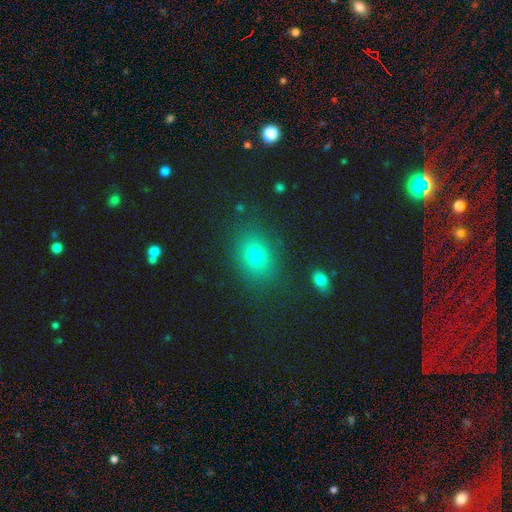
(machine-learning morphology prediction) A smooth galaxy with no disk features (75%) that is in between round and cigar-shaped (56%). Merging: none (82%).